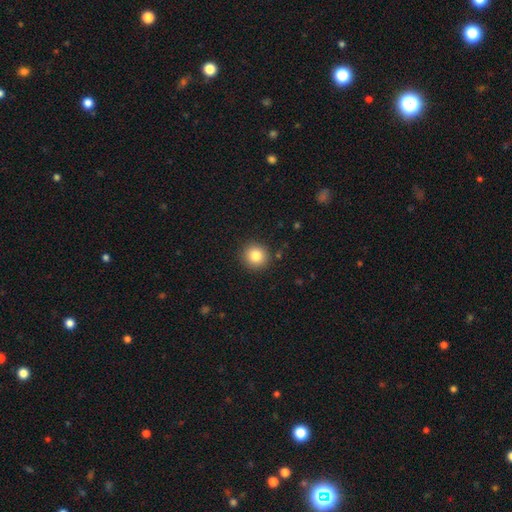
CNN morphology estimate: Q: Smooth or featured?
A: smooth (83%); runner-up: star or artifact (10%)
Q: How rounded?
A: round (93%); runner-up: in between (6%)
Q: Merging?
A: none (90%); runner-up: minor disturbance (6%)